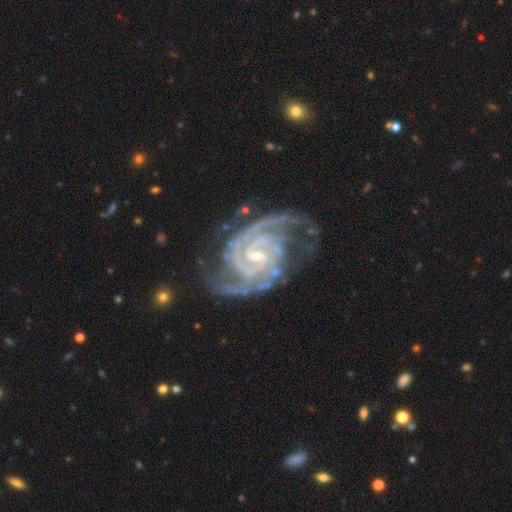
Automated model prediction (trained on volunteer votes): Smooth or featured?
  - featured or disk: 94% *
  - star or artifact: 4%
  - smooth: 2%
Edge-on disk?
  - no: 98% *
  - yes: 2%
Bar?
  - weak: 51% *
  - no: 29%
  - strong: 20%
Spiral arms?
  - yes: 99% *
  - no: 1%
Spiral winding?
  - tight: 62% *
  - medium: 34%
  - loose: 4%
Spiral arm count?
  - 2: 59% *
  - 3: 19%
  - can't tell: 8%
  - 4: 6%
  - more than 4: 4%
  - 1: 4%
Bulge size?
  - small: 63% *
  - moderate: 32%
  - none: 3%
  - large: 1%
  - dominant: 1%
Merging?
  - none: 67% *
  - minor disturbance: 21%
  - major disturbance: 10%
  - merger: 2%